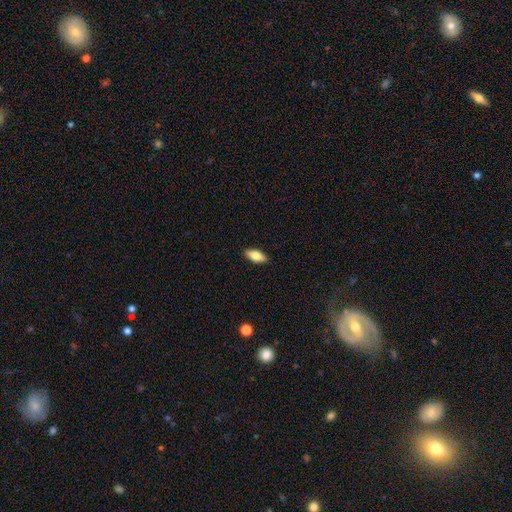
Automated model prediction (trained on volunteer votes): A smooth galaxy with no disk features (75%) that is in between round and cigar-shaped (84%). Merging: none (90%).